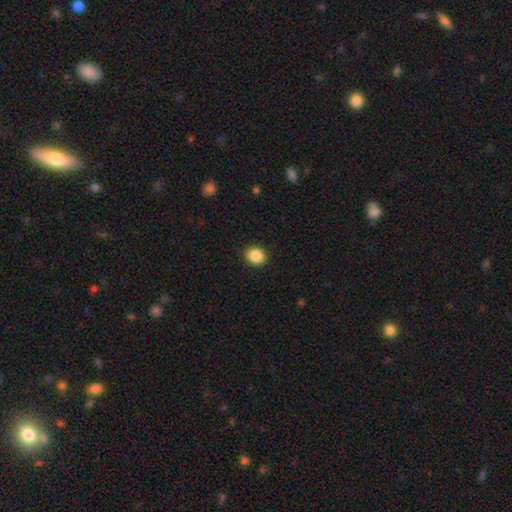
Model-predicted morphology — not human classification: smooth_or_featured: smooth (p=0.88) [alt: star or artifact p=0.09]
how_rounded: round (p=0.68) [alt: in between p=0.31]
merging: none (p=0.91) [alt: minor disturbance p=0.06]